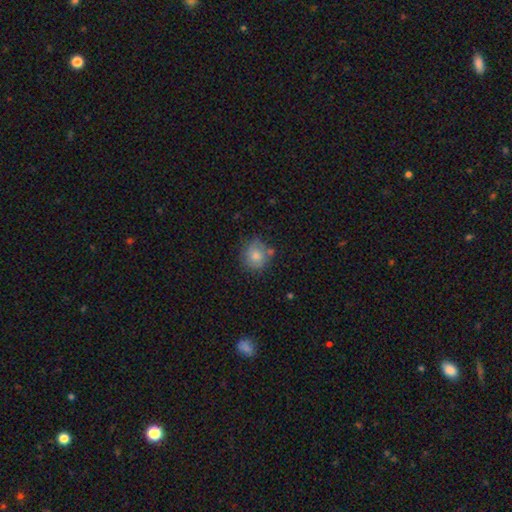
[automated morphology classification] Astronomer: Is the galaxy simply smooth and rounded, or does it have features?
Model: smooth — 76%.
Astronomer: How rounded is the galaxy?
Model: round — 82%.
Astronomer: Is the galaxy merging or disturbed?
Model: none — 63%.